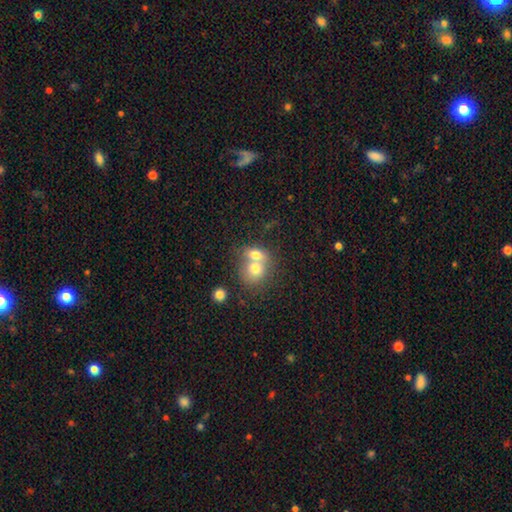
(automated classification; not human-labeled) Smooth or featured? smooth (71%)
How rounded? round (55%)
Merging? merger (71%)